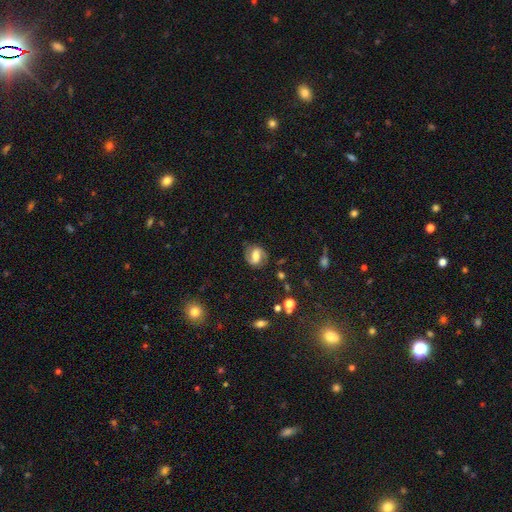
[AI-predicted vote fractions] smooth_or_featured: featured or disk (p=0.68) [alt: smooth p=0.24]
disk_edge_on: no (p=0.97) [alt: yes p=0.03]
bar: weak (p=0.42) [alt: strong p=0.38]
has_spiral_arms: yes (p=0.88) [alt: no p=0.12]
spiral_winding: medium (p=0.49) [alt: tight p=0.27]
spiral_arm_count: 2 (p=0.89) [alt: can't tell p=0.05]
bulge_size: moderate (p=0.49) [alt: large p=0.23]
merging: none (p=0.78) [alt: minor disturbance p=0.14]